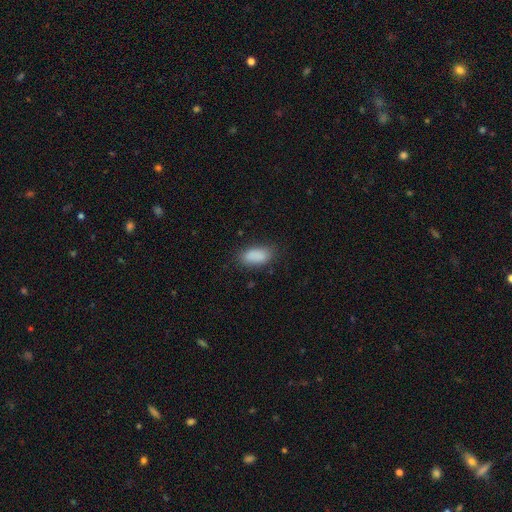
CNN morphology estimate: This is clearly a smooth galaxy (88%). How rounded: clearly in between (91%). Merging: likely none (78%).